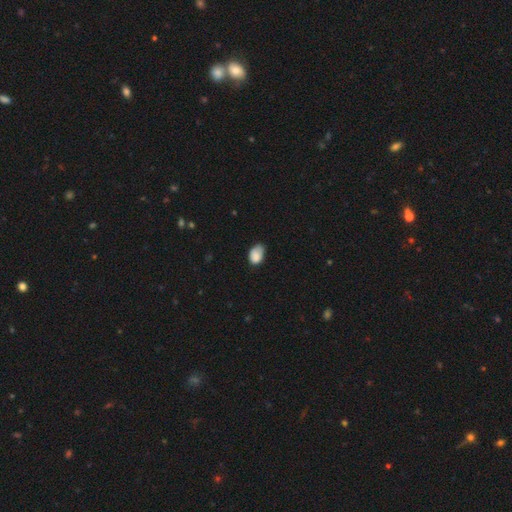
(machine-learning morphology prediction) A smooth galaxy with no disk features (84%) that is in between round and cigar-shaped (84%).

Vote fractions:
- Smooth or featured? smooth: 84% / featured or disk: 8% / star or artifact: 8%
- How rounded? in between: 84% / round: 14% / cigar-shaped: 1%
- Merging? none: 48% / minor disturbance: 40% / major disturbance: 9% / merger: 3%